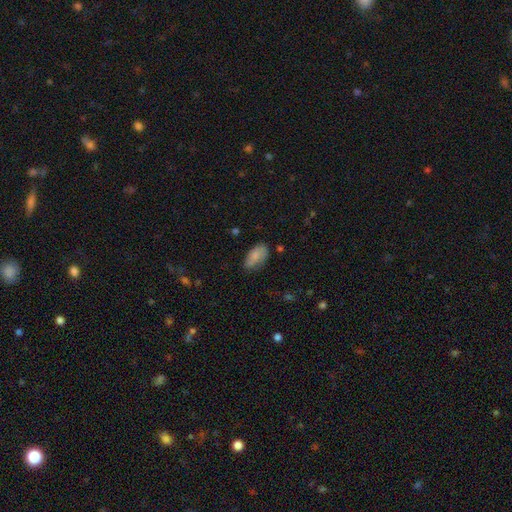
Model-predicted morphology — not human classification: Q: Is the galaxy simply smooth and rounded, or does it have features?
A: smooth — 79%.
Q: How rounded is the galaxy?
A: in between — 92%.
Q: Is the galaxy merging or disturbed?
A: none — 64%.